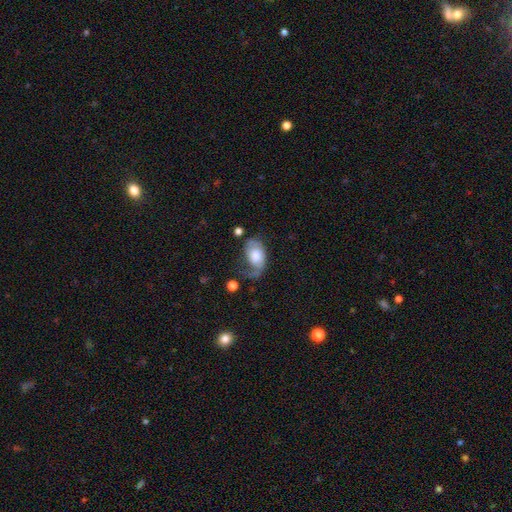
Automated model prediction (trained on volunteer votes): Morphology: type=featured or disk (58%); edge-on=no (96%); bar=no (71%); spiral arms=yes (85%); bulge=large (45%); merging=major disturbance (37%).